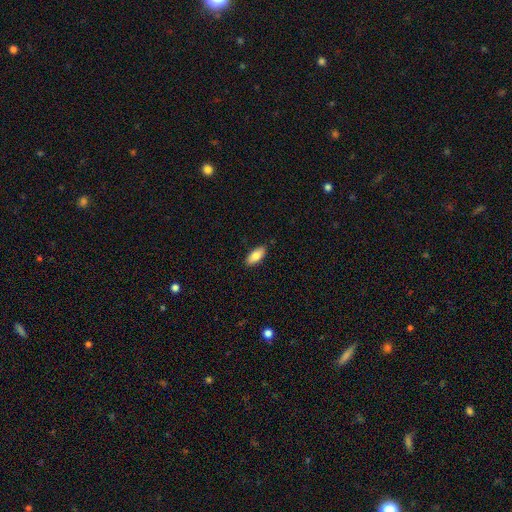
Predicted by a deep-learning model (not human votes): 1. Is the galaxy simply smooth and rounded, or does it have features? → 82% smooth, 11% featured or disk, 7% star or artifact.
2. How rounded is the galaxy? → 89% in between, 9% cigar-shaped, 2% round.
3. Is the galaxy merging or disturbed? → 88% none, 9% minor disturbance, 2% major disturbance, 1% merger.